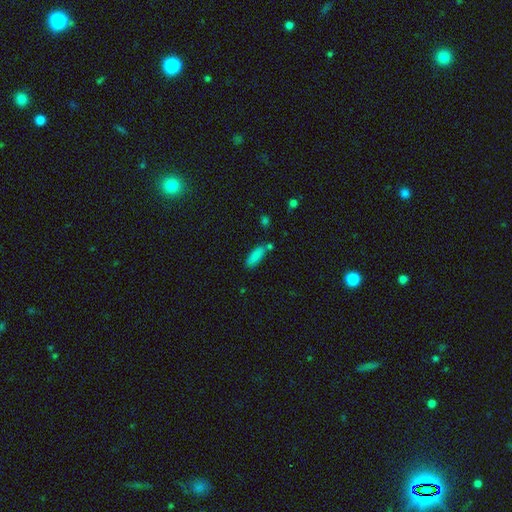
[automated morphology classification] type=smooth (85%); roundness=in between (65%); merging=none (68%).